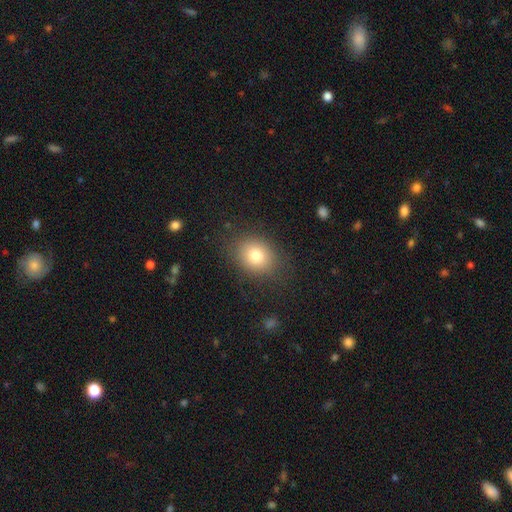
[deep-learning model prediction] smooth_or_featured: smooth (p=0.78) [alt: star or artifact p=0.12]
how_rounded: round (p=0.53) [alt: in between p=0.46]
merging: none (p=0.83) [alt: minor disturbance p=0.11]